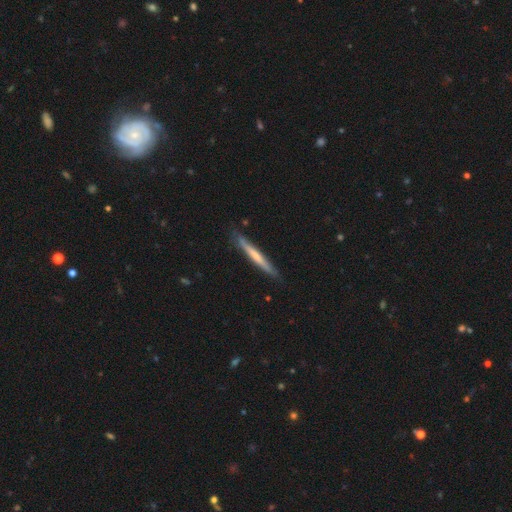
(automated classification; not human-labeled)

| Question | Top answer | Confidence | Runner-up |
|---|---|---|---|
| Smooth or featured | smooth | 51% | featured or disk (44%) |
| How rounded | cigar-shaped | 96% | in between (3%) |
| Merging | none | 83% | minor disturbance (13%) |